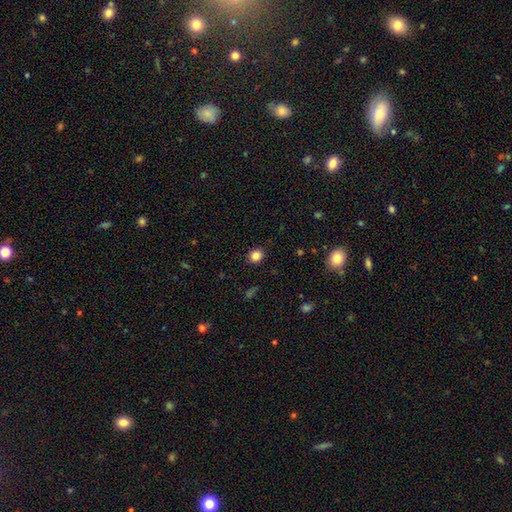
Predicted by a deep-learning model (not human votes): The model was most divided on "how rounded": round: 74%, in between: 25%, cigar-shaped: 1%. More confident: merging — none (89%); smooth or featured — smooth (84%).